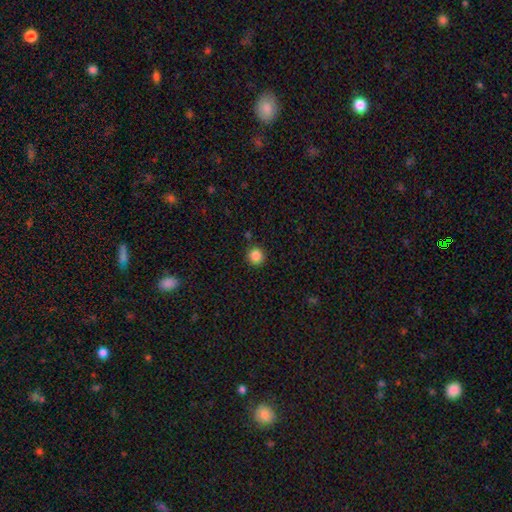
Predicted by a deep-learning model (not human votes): Overall: smooth (86%). How rounded: round (93%). Merging: none (89%).